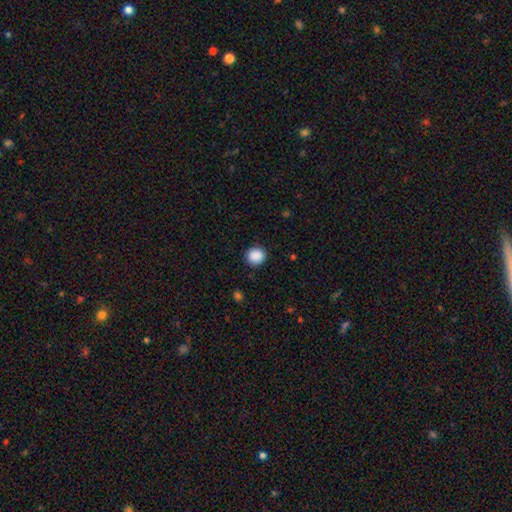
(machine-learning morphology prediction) type=smooth (89%); roundness=round (88%); merging=none (90%).